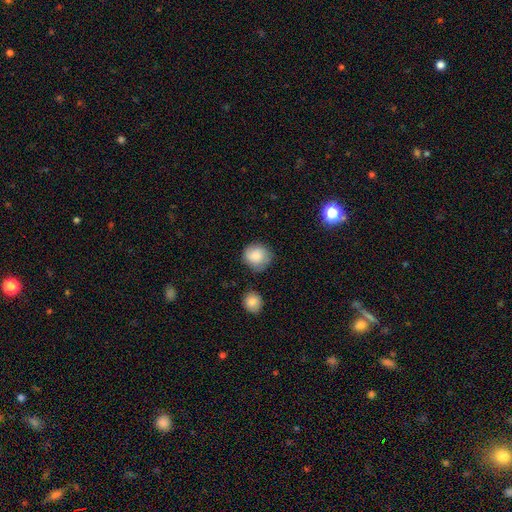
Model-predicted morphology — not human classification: Smooth or featured? Predicted: smooth (p=0.78). How rounded? Predicted: round (p=0.87). Merging? Predicted: none (p=0.75).